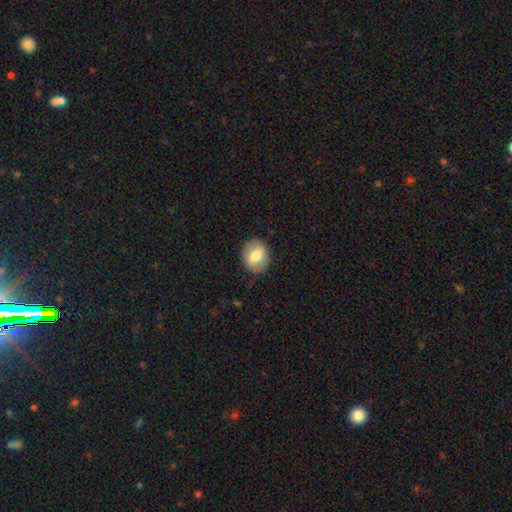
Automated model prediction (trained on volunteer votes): smooth 68%, featured or disk 25%, star or artifact 7%. Down the decision tree: how rounded — round (58%); merging — none (86%).